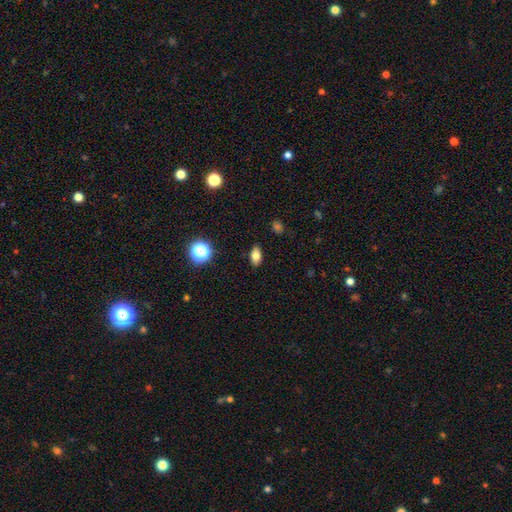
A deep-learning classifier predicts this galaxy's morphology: This appears to be a smooth galaxy with no disk features (77%) that is in between round and cigar-shaped (85%). Merging: none (88%).